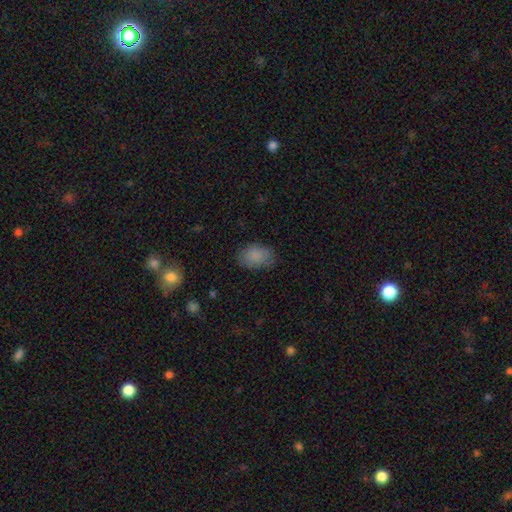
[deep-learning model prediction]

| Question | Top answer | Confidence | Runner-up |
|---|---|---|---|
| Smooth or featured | smooth | 86% | star or artifact (8%) |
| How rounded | in between | 84% | round (15%) |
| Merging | none | 78% | minor disturbance (16%) |